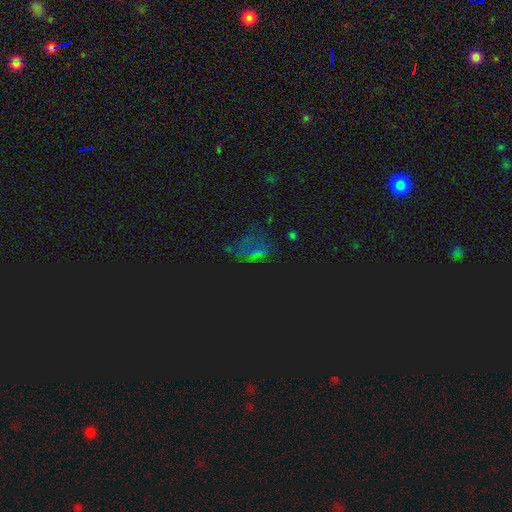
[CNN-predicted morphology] smooth_or_featured: star or artifact (p=0.68) [alt: smooth p=0.21]